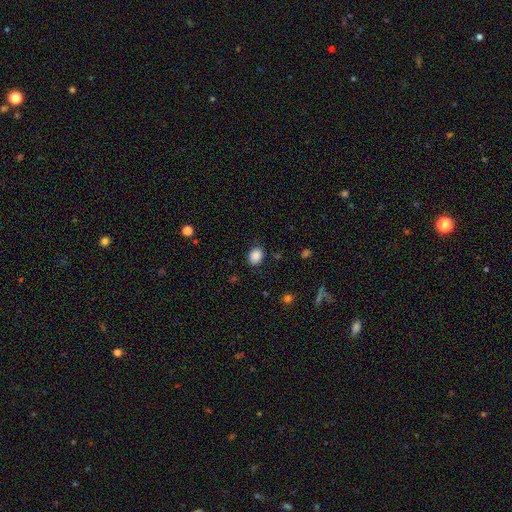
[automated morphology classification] Smooth or featured?
  - smooth: 87% *
  - star or artifact: 9%
  - featured or disk: 3%
How rounded?
  - round: 51% *
  - in between: 48%
  - cigar-shaped: 1%
Merging?
  - none: 85% *
  - minor disturbance: 11%
  - major disturbance: 3%
  - merger: 1%